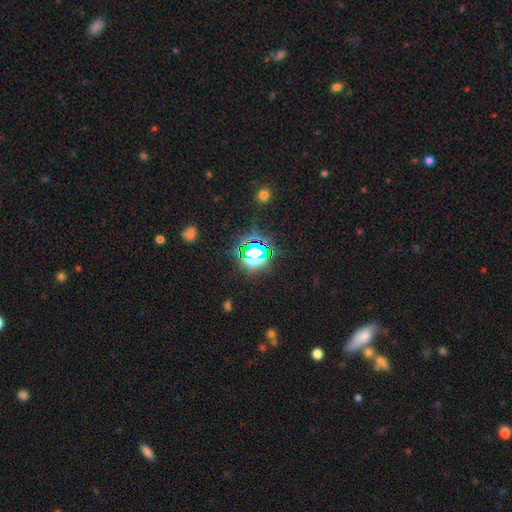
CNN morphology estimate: Smooth or featured: star or artifact — 74% (smooth — 17%)